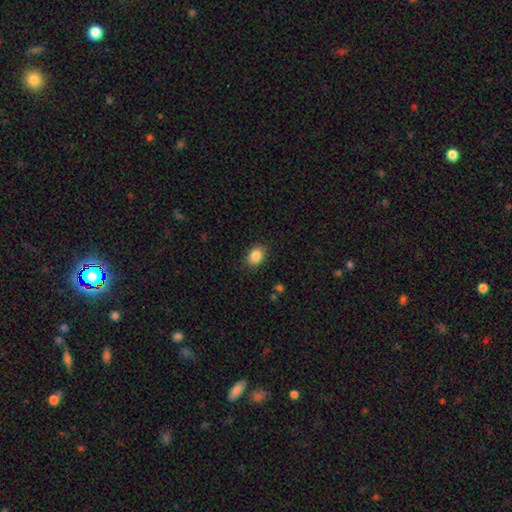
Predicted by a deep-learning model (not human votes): This is clearly a smooth galaxy (86%). How rounded: likely in between (74%). Merging: clearly none (87%).